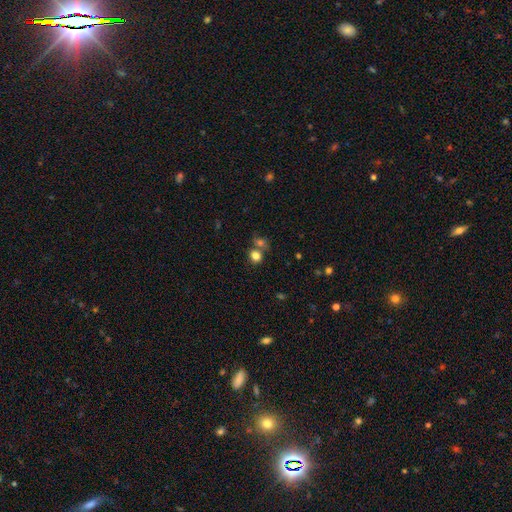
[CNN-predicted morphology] This is likely a smooth galaxy (80%). How rounded: likely round (69%). Merging: possibly none (48%).